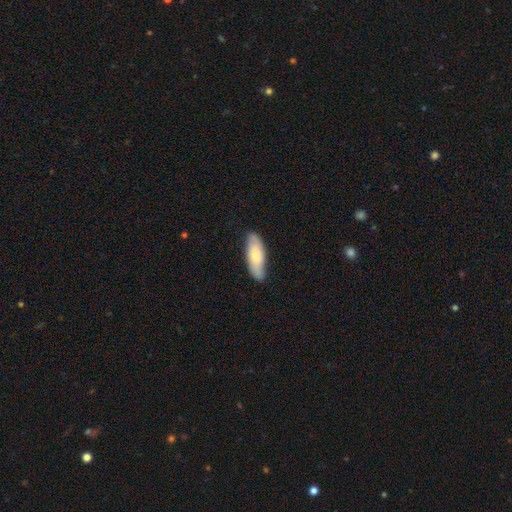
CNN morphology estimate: Smooth or featured?
  - smooth: 75% *
  - featured or disk: 19%
  - star or artifact: 5%
How rounded?
  - in between: 63% *
  - cigar-shaped: 35%
  - round: 2%
Merging?
  - none: 82% *
  - minor disturbance: 15%
  - major disturbance: 2%
  - merger: 1%